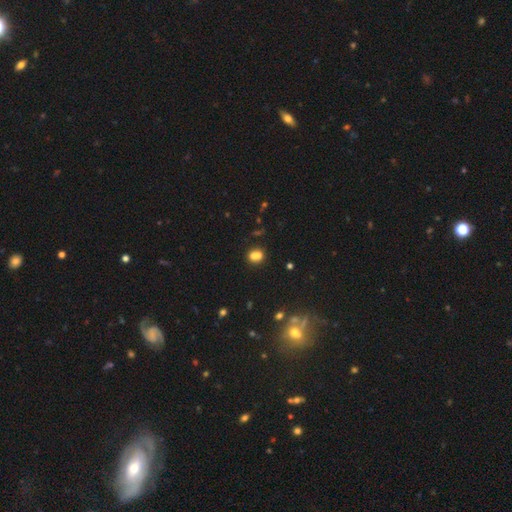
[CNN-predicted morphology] smooth 76%, star or artifact 15%, featured or disk 9%. Down the decision tree: how rounded — round (50%); merging — none (49%).